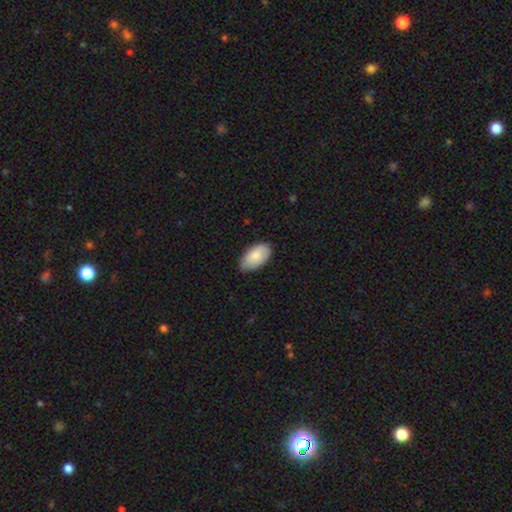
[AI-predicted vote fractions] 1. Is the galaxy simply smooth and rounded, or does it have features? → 85% smooth, 9% featured or disk, 6% star or artifact.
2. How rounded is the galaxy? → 96% in between, 2% round, 2% cigar-shaped.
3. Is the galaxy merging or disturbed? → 81% none, 16% minor disturbance, 2% major disturbance, 1% merger.